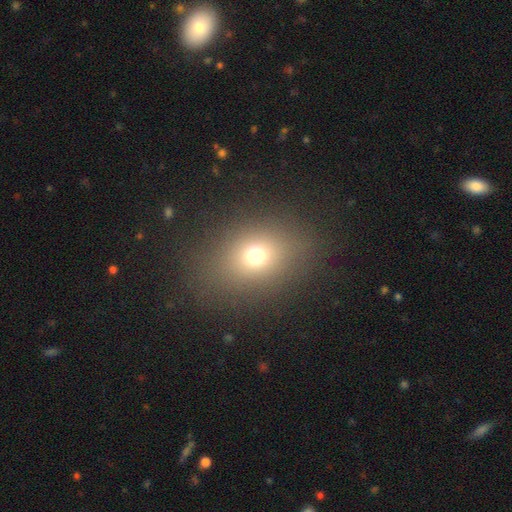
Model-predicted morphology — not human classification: Smooth or featured? smooth (70%)
How rounded? in between (52%)
Merging? none (82%)